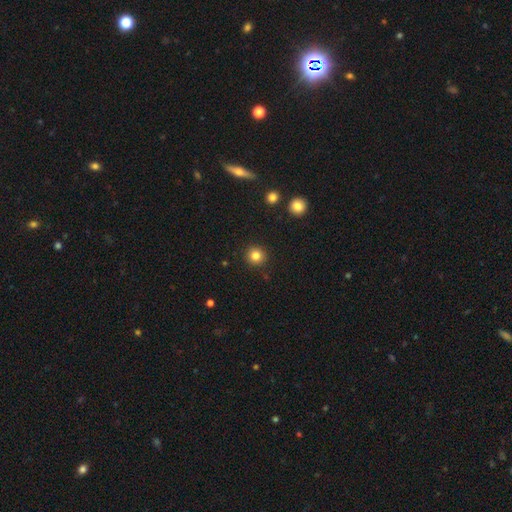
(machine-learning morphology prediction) A smooth galaxy with no disk features (83%) that is round (94%). Merging: none (92%).